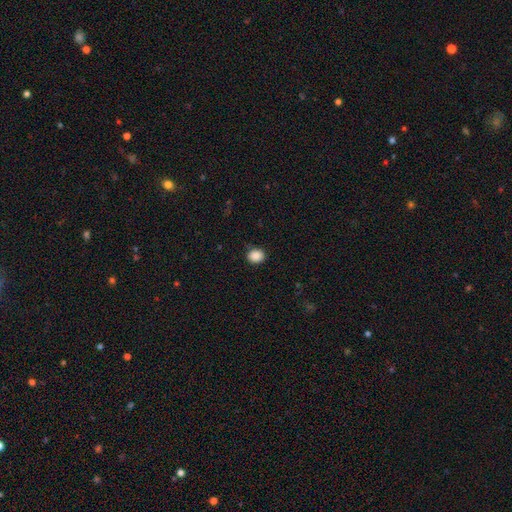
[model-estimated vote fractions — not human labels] Smooth or featured? Predicted: smooth (p=0.88). How rounded? Predicted: round (p=0.59). Merging? Predicted: none (p=0.84).